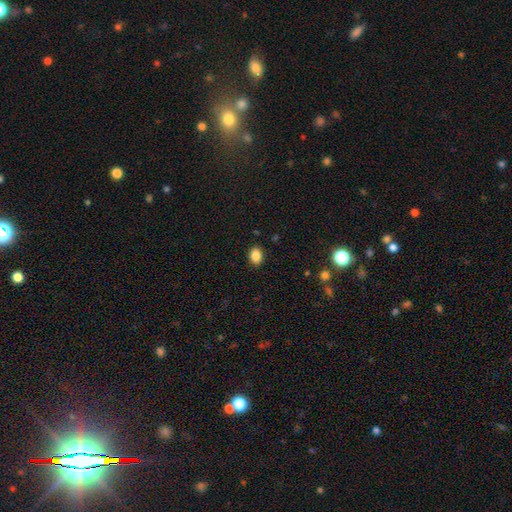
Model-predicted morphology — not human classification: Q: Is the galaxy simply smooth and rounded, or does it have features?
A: smooth — 86%.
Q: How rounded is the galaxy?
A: in between — 66%.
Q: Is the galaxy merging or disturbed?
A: none — 88%.